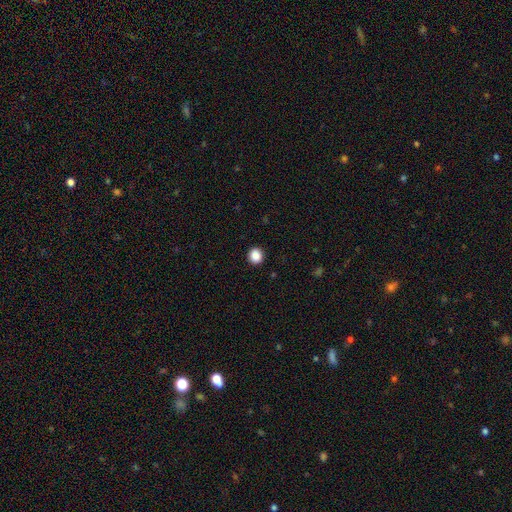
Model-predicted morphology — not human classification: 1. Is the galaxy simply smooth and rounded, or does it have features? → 88% smooth, 10% star or artifact, 3% featured or disk.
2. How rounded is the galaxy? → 89% round, 10% in between, 1% cigar-shaped.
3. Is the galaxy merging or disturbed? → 93% none, 5% minor disturbance, 2% major disturbance, 1% merger.